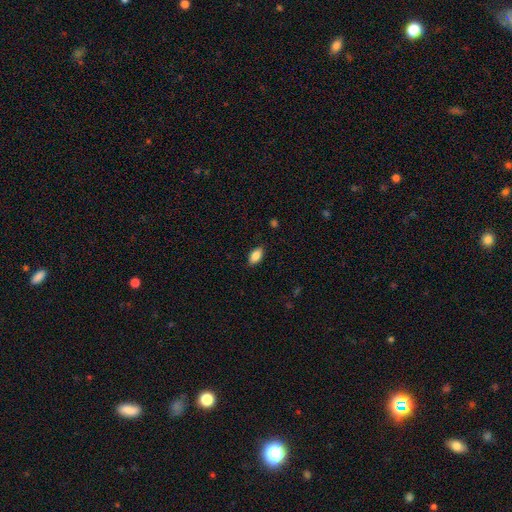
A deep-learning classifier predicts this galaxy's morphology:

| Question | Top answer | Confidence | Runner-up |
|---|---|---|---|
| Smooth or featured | smooth | 87% | star or artifact (7%) |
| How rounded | in between | 92% | round (4%) |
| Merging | none | 86% | minor disturbance (11%) |